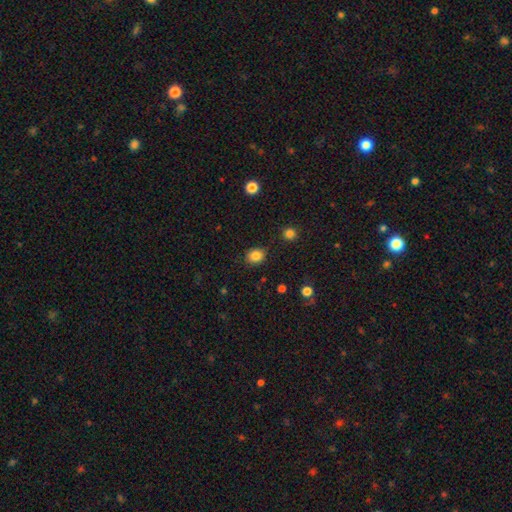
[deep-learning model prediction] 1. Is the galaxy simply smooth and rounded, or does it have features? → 85% smooth, 10% star or artifact, 5% featured or disk.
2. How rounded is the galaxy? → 65% round, 34% in between, 1% cigar-shaped.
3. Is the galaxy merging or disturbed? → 85% none, 11% minor disturbance, 3% major disturbance, 2% merger.